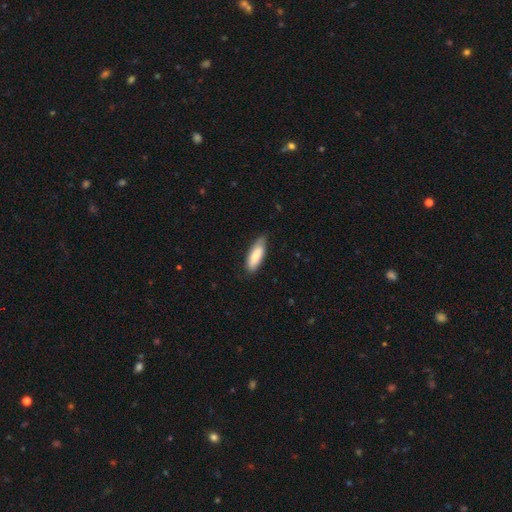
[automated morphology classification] smooth 82%, featured or disk 13%, star or artifact 5%. Down the decision tree: how rounded — in between (63%); merging — none (73%).